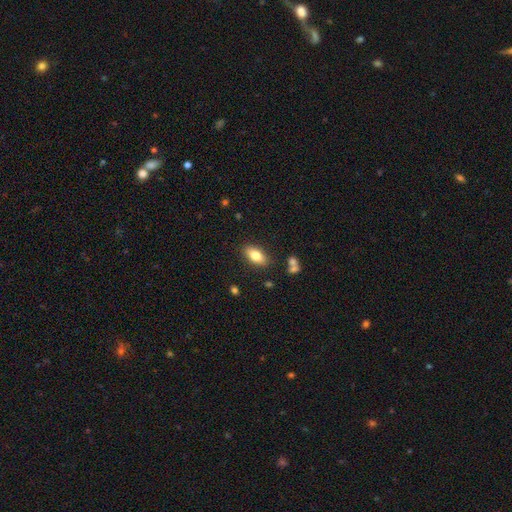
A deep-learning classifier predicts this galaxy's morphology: Q: Smooth or featured?
A: smooth (79%); runner-up: featured or disk (13%)
Q: How rounded?
A: in between (89%); runner-up: cigar-shaped (7%)
Q: Merging?
A: none (84%); runner-up: minor disturbance (10%)